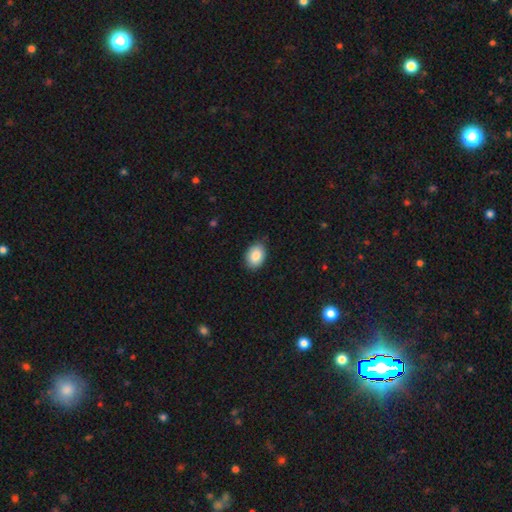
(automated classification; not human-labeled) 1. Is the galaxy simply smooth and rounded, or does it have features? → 86% smooth, 7% star or artifact, 7% featured or disk.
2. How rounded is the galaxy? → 82% in between, 17% round, 1% cigar-shaped.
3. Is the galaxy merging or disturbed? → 84% none, 13% minor disturbance, 2% major disturbance, 1% merger.